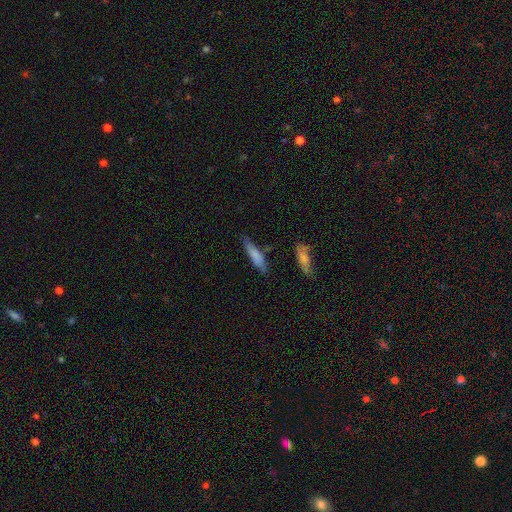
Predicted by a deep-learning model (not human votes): The model was most divided on "how rounded": cigar-shaped: 75%, in between: 23%, round: 2%. More confident: smooth or featured — smooth (76%); merging — none (72%).